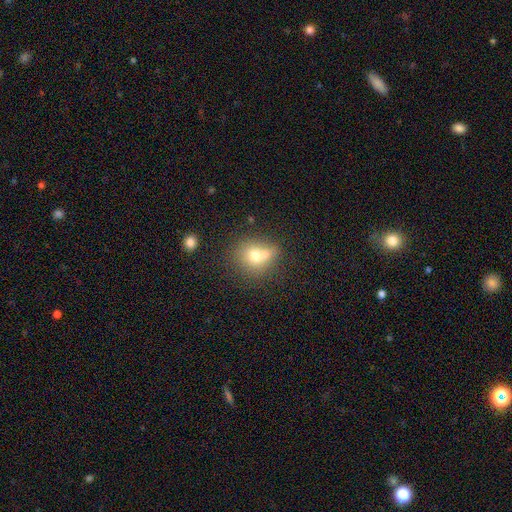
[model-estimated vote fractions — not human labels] Morphology: type=smooth (68%); roundness=round (74%); merging=merger (42%).